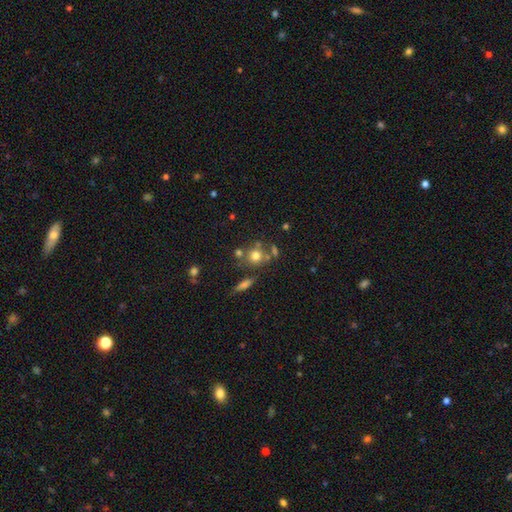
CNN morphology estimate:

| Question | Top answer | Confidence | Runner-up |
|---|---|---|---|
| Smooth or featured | smooth | 71% | star or artifact (15%) |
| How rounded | round | 83% | in between (15%) |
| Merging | none | 59% | merger (23%) |